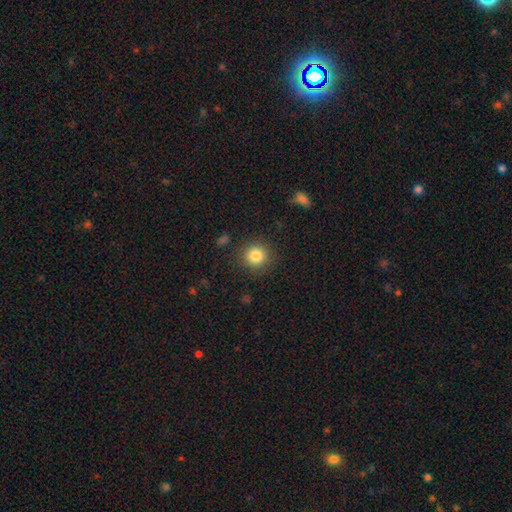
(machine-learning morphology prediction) A smooth galaxy with no disk features (84%) that is round (92%). Merging: none (88%).